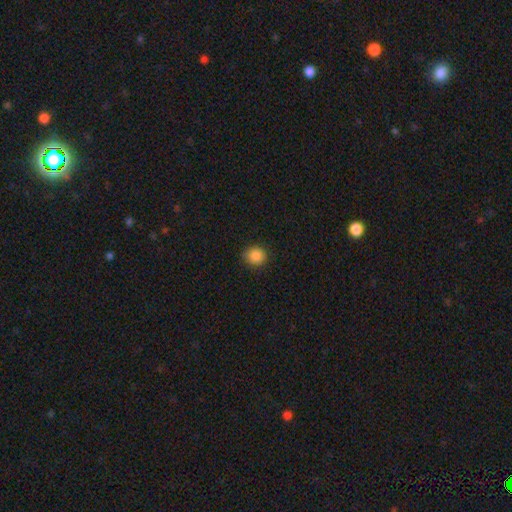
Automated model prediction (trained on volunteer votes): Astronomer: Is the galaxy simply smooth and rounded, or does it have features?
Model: smooth — 87%.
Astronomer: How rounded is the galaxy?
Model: round — 86%.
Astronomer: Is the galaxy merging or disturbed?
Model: none — 87%.